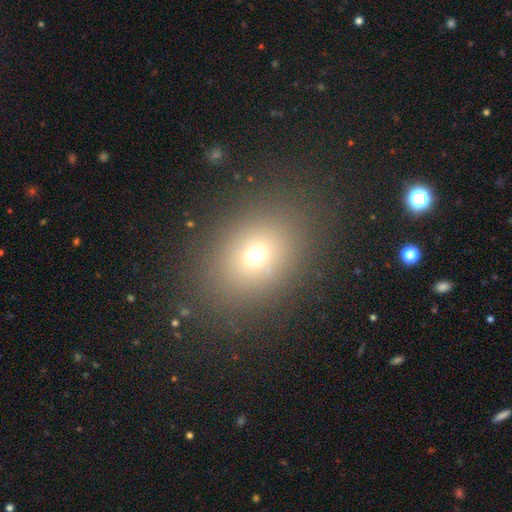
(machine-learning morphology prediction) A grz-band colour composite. It shows a smooth galaxy with no disk features (68%) that is in between round and cigar-shaped (54%). Merging: none (86%).